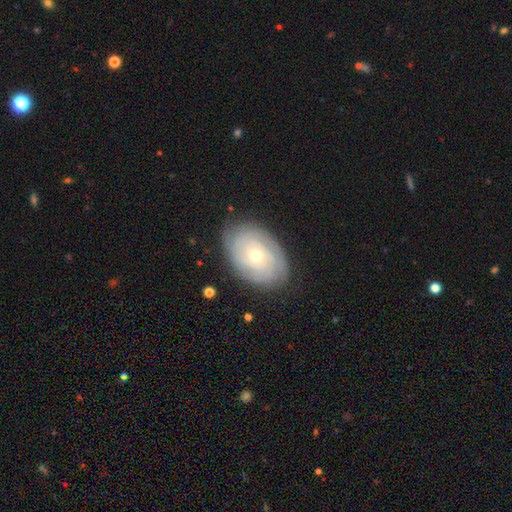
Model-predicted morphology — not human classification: smooth-or-featured: featured or disk: 74% | smooth: 20% | star or artifact: 6%
  disk-edge-on: no: 96% | yes: 4%
    bar: no: 80% | weak: 16% | strong: 3%
    has-spiral-arms: yes: 90% | no: 10%
      spiral-winding: tight: 81% | medium: 15% | loose: 4%
      spiral-arm-count: can't tell: 48% | 2: 15% | 3: 14% | 4: 12% | more than 4: 6% | 1: 5%
    bulge-size: small: 57% | moderate: 40% | large: 1% | none: 1% | dominant: 1%
  merging: none: 81% | minor disturbance: 14% | major disturbance: 4% | merger: 1%